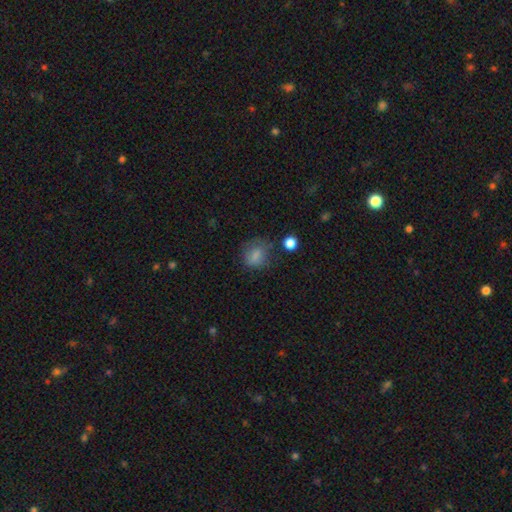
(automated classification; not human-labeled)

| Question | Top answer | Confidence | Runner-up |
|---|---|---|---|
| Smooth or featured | smooth | 78% | star or artifact (12%) |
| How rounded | round | 61% | in between (38%) |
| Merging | none | 59% | minor disturbance (24%) |